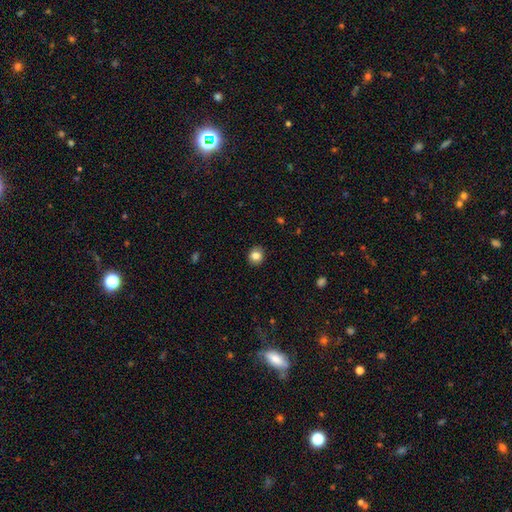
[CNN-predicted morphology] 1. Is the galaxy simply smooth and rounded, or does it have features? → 83% smooth, 10% star or artifact, 7% featured or disk.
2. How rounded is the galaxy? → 73% round, 26% in between, 1% cigar-shaped.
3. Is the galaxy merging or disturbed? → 88% none, 9% minor disturbance, 2% major disturbance, 1% merger.